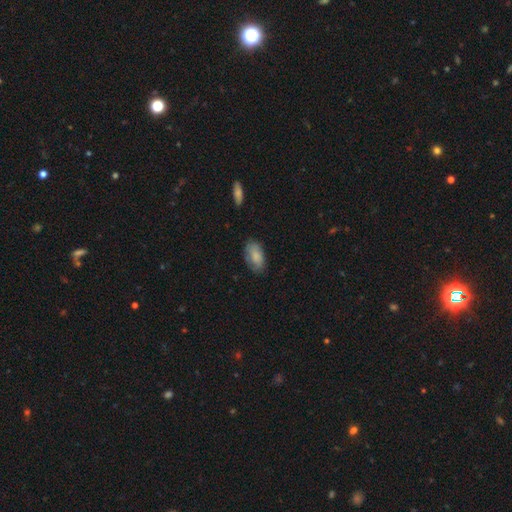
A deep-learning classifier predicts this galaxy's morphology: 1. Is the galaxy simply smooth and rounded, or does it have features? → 79% smooth, 15% featured or disk, 7% star or artifact.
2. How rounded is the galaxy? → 93% in between, 4% round, 3% cigar-shaped.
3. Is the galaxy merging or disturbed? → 70% none, 23% minor disturbance, 6% major disturbance, 1% merger.